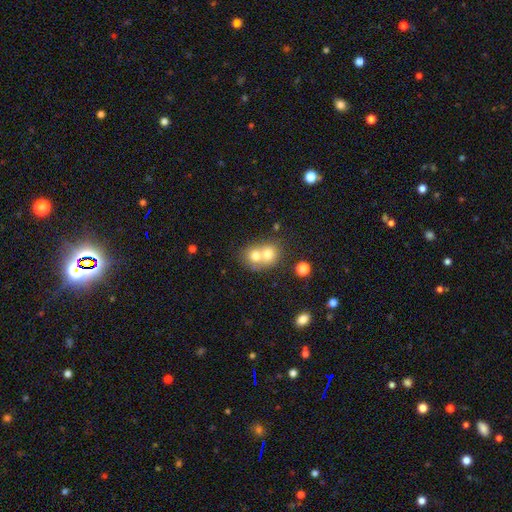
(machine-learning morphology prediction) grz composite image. It shows a smooth galaxy with no disk features (70%) that is round (70%). Merging: merger (71%).